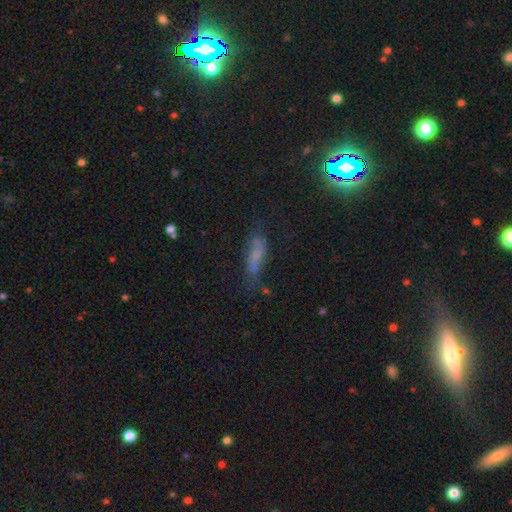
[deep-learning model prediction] Morphology: type=smooth (47%); merging=none (49%).